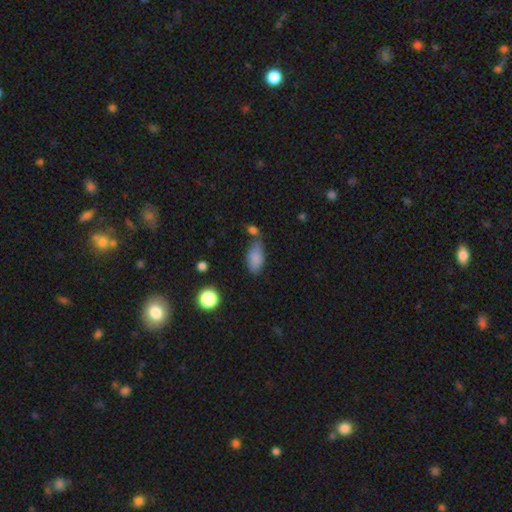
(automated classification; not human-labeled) This appears to be a smooth galaxy with no disk features (82%) that is in between round and cigar-shaped (90%). Merging: none (50%).